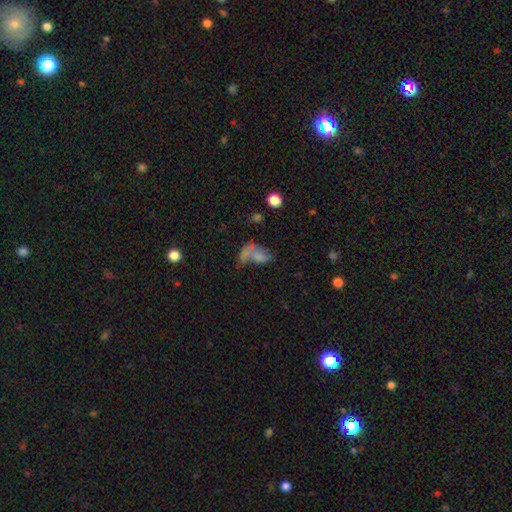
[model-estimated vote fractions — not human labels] A smooth galaxy with no disk features (58%) that is in between round and cigar-shaped (81%). Merging: merger (34%).